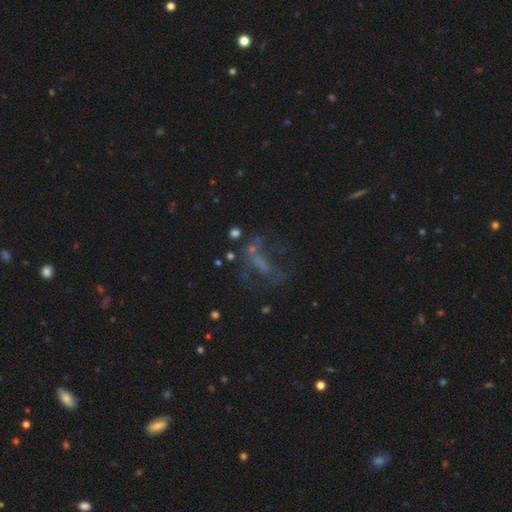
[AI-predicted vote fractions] smooth-or-featured: featured or disk: 47% | star or artifact: 29% | smooth: 24%
  merging: major disturbance: 40% | none: 36% | minor disturbance: 15% | merger: 8%